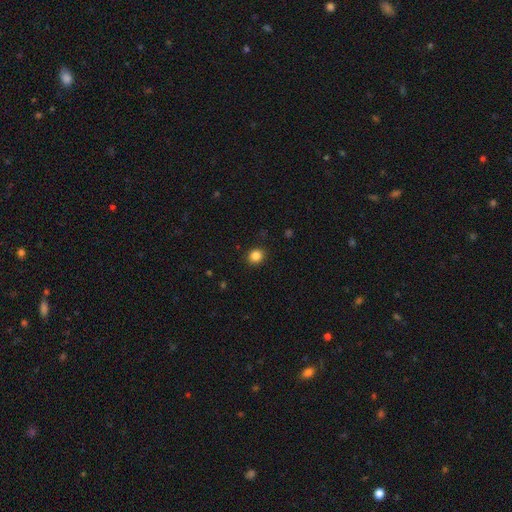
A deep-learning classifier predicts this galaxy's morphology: This appears to be a smooth galaxy with no disk features (85%) that is round (82%). Merging: none (91%).